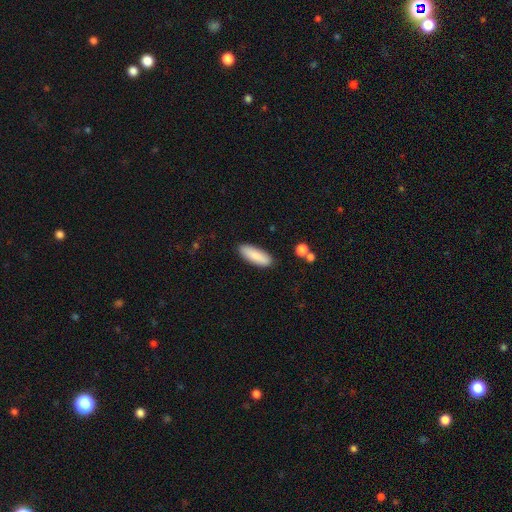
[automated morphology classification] Smooth or featured? Predicted: smooth (p=0.86). How rounded? Predicted: in between (p=0.55). Merging? Predicted: none (p=0.88).